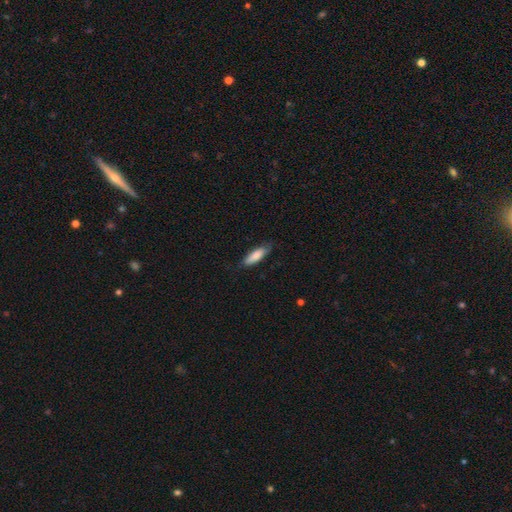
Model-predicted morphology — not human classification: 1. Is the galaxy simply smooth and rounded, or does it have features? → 82% smooth, 13% featured or disk, 6% star or artifact.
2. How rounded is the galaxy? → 50% cigar-shaped, 48% in between, 2% round.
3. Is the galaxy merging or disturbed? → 74% none, 21% minor disturbance, 4% major disturbance, 1% merger.